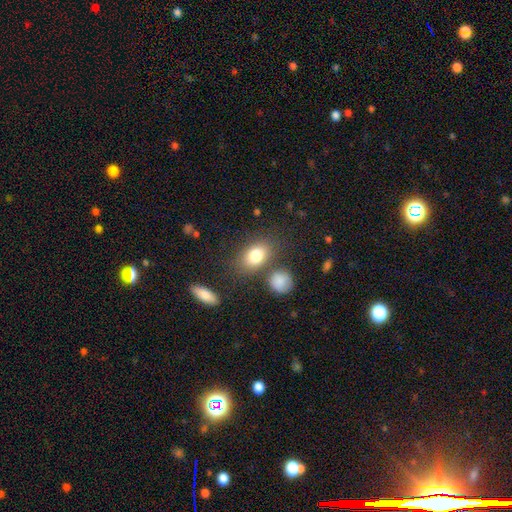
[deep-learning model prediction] A smooth galaxy with no disk features (81%) that is in between round and cigar-shaped (77%). Merging: none (71%).